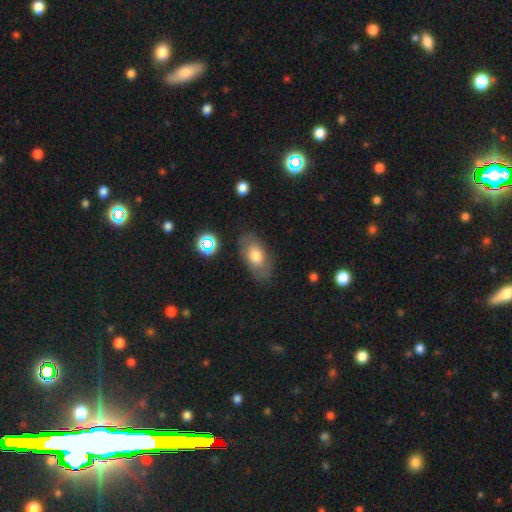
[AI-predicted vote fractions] Smooth or featured?
  - smooth: 69% *
  - featured or disk: 22%
  - star or artifact: 9%
How rounded?
  - in between: 90% *
  - round: 7%
  - cigar-shaped: 3%
Merging?
  - none: 78% *
  - minor disturbance: 15%
  - major disturbance: 5%
  - merger: 2%